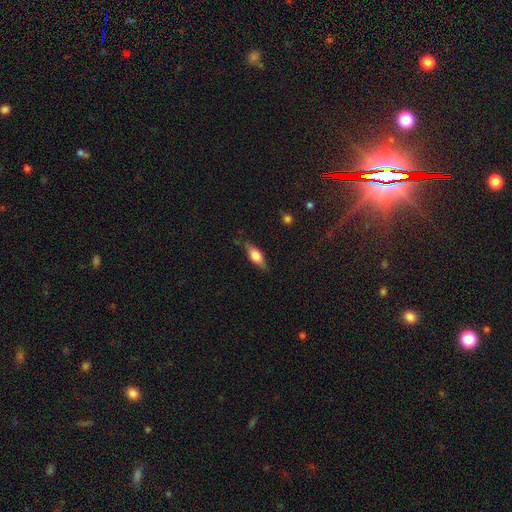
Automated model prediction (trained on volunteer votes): Smooth or featured?
  - smooth: 56% *
  - featured or disk: 37%
  - star or artifact: 7%
How rounded?
  - in between: 65% *
  - cigar-shaped: 30%
  - round: 4%
Merging?
  - none: 77% *
  - minor disturbance: 17%
  - major disturbance: 4%
  - merger: 2%